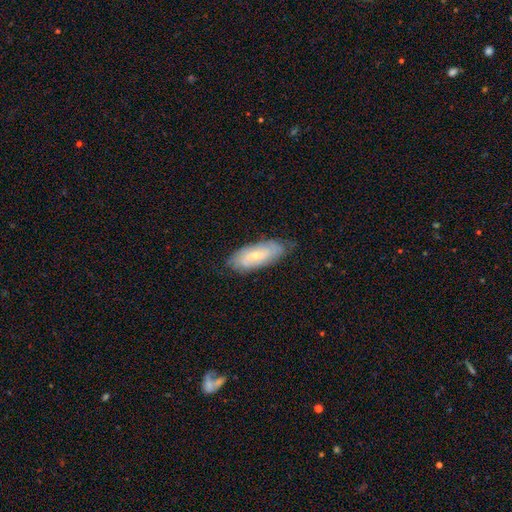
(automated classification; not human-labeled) This is possibly a featured or disk galaxy (48%). Merging: likely none (74%).